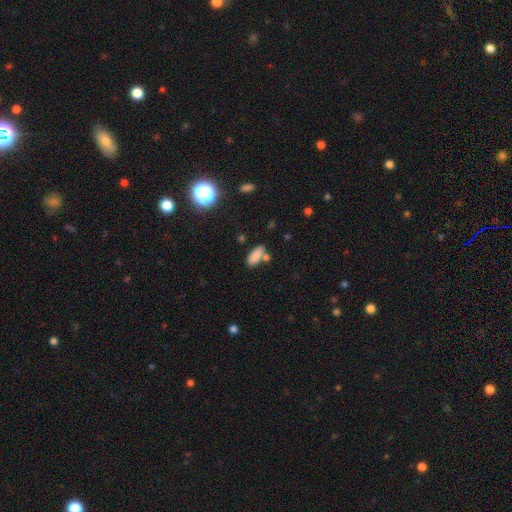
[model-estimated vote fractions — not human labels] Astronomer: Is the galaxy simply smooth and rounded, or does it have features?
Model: smooth — 83%.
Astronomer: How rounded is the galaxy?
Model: in between — 83%.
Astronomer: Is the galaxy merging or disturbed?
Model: none — 64%.